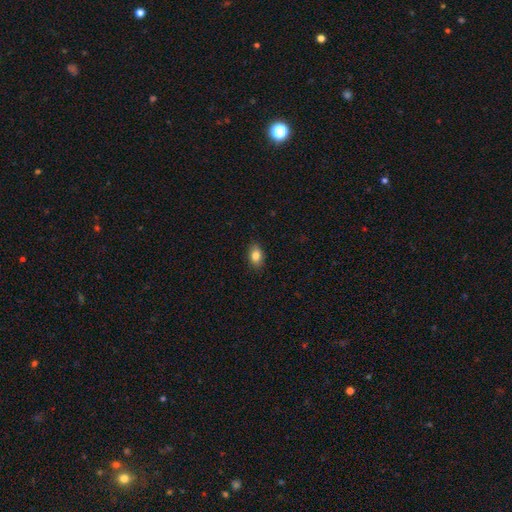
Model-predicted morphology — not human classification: Smooth or featured? Predicted: smooth (p=0.82). How rounded? Predicted: in between (p=0.83). Merging? Predicted: none (p=0.88).